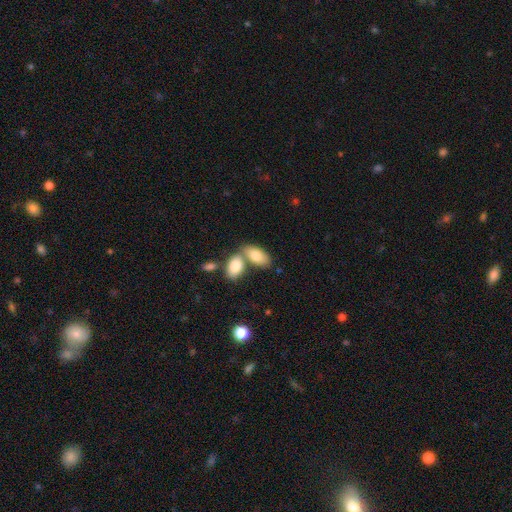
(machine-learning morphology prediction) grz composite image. It shows a smooth galaxy with no disk features (79%) that is in between round and cigar-shaped (93%). Merging: merger (46%).